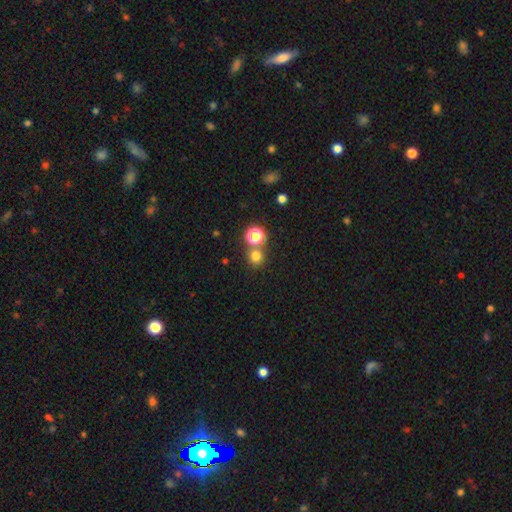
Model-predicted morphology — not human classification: A smooth galaxy with no disk features (75%) that is round (90%). Merging: none (72%).